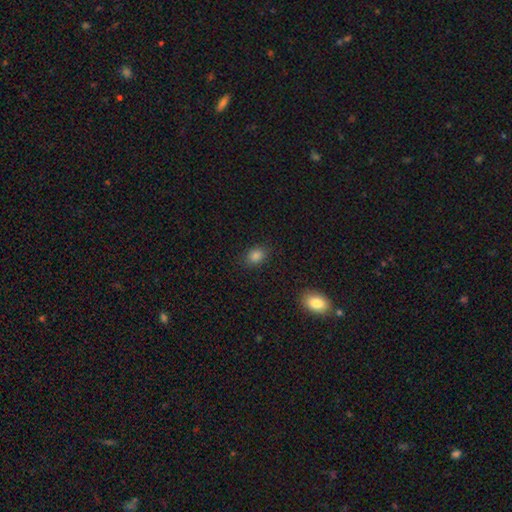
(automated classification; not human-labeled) smooth_or_featured: smooth (p=0.84) [alt: star or artifact p=0.12]
how_rounded: in between (p=0.69) [alt: round p=0.29]
merging: none (p=0.86) [alt: minor disturbance p=0.10]